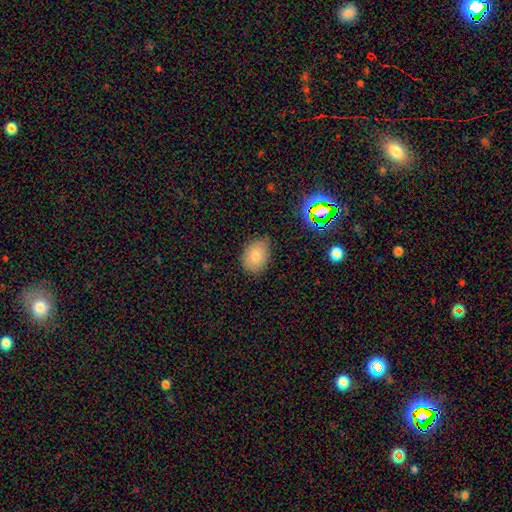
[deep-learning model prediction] Overall: smooth (79%). How rounded: in between (74%). Merging: none (79%).